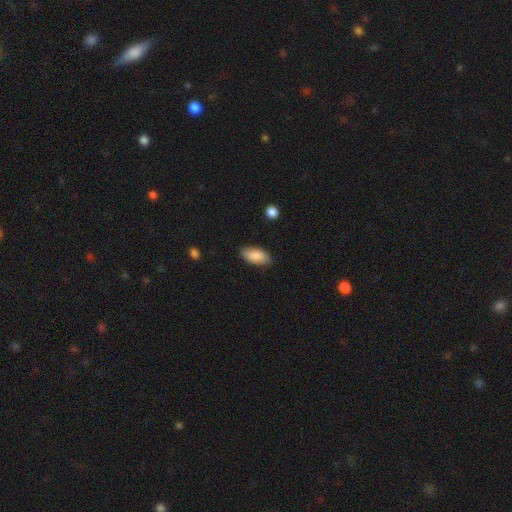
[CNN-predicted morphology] Smooth or featured? smooth (86%)
How rounded? in between (93%)
Merging? none (84%)